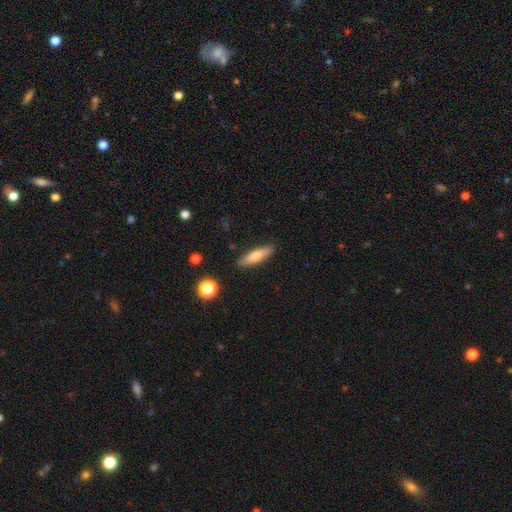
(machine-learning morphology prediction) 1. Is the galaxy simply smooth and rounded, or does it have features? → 69% smooth, 24% featured or disk, 7% star or artifact.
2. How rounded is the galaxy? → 69% cigar-shaped, 29% in between, 2% round.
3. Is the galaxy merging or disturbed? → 88% none, 9% minor disturbance, 2% major disturbance, 1% merger.